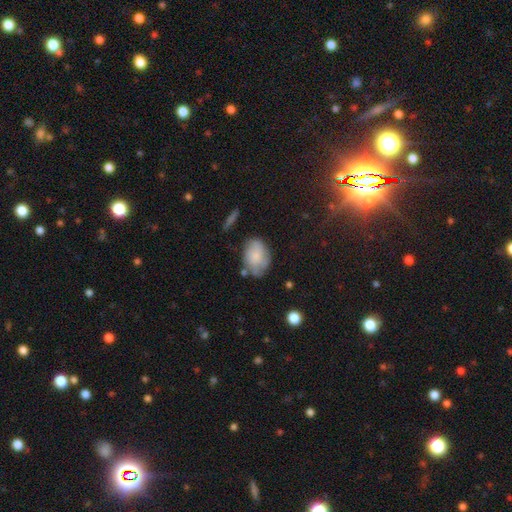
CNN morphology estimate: This appears to be a smooth galaxy with no disk features (70%) that is in between round and cigar-shaped (78%). Merging: none (57%).